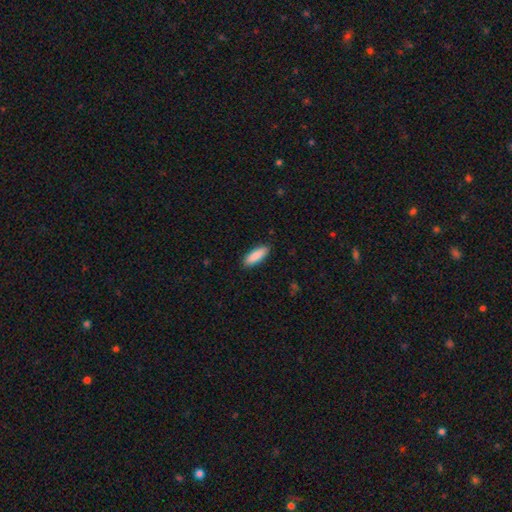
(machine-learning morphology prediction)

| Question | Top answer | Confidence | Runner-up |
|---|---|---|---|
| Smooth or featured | smooth | 89% | star or artifact (6%) |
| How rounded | in between | 60% | cigar-shaped (38%) |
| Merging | none | 89% | minor disturbance (8%) |